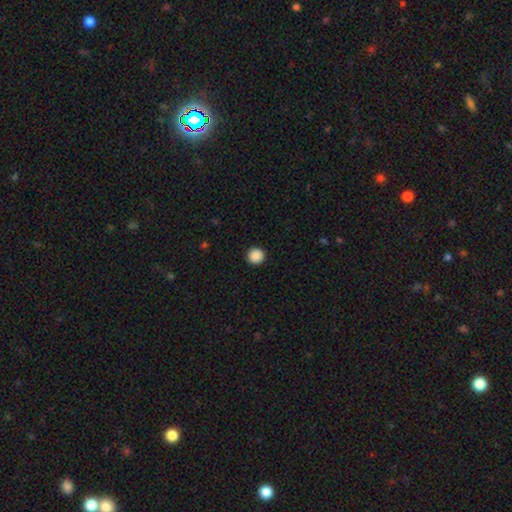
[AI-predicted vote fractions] A smooth galaxy with no disk features (89%) that is round (96%).

Vote fractions:
- Smooth or featured? smooth: 89% / star or artifact: 9% / featured or disk: 2%
- How rounded? round: 96% / in between: 3% / cigar-shaped: 1%
- Merging? none: 93% / minor disturbance: 4% / major disturbance: 2% / merger: 1%